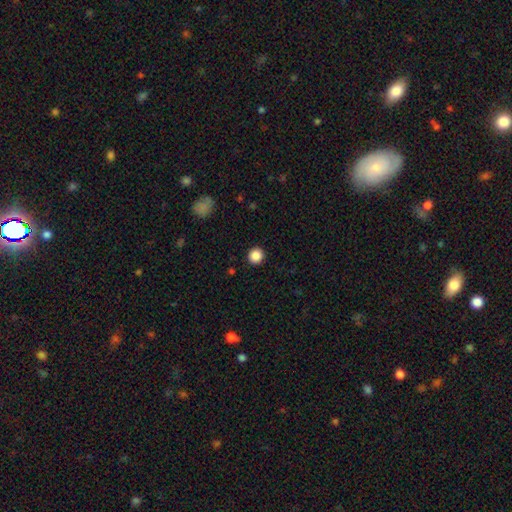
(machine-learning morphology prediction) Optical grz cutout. It shows a smooth galaxy with no disk features (87%) that is round (94%). Merging: none (93%).